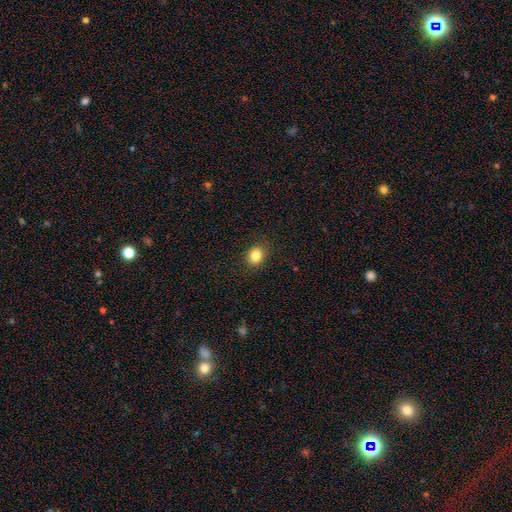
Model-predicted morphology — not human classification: smooth 84%, star or artifact 10%, featured or disk 5%. Down the decision tree: how rounded — in between (50%); merging — none (88%).